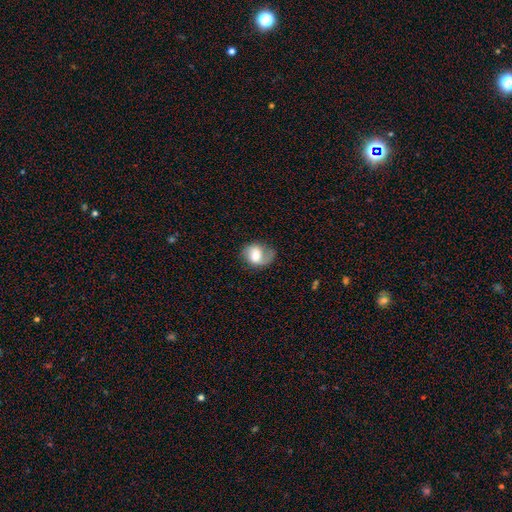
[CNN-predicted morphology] A smooth galaxy with no disk features (47%).

Vote fractions:
- Smooth or featured? smooth: 47% / featured or disk: 45% / star or artifact: 8%
- Merging? none: 54% / minor disturbance: 27% / major disturbance: 16% / merger: 2%